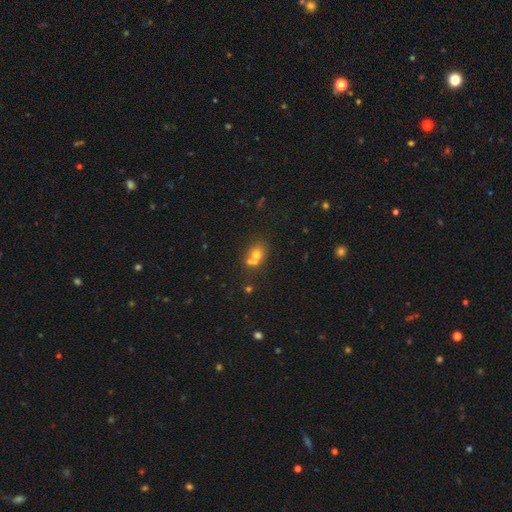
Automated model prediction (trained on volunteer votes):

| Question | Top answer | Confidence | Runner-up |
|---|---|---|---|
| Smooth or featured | smooth | 65% | featured or disk (18%) |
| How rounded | round | 65% | in between (34%) |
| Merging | merger | 47% | none (40%) |